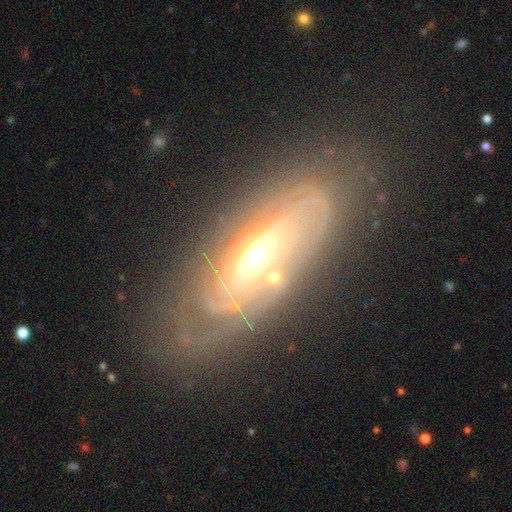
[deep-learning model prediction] Q: Smooth or featured?
A: featured or disk (80%); runner-up: smooth (13%)
Q: Edge-on disk?
A: no (84%); runner-up: yes (16%)
Q: Bar?
A: no (67%); runner-up: weak (22%)
Q: Spiral arms?
A: yes (79%); runner-up: no (21%)
Q: Spiral winding?
A: tight (73%); runner-up: medium (20%)
Q: Spiral arm count?
A: can't tell (54%); runner-up: 2 (19%)
Q: Bulge size?
A: moderate (68%); runner-up: small (18%)
Q: Merging?
A: none (70%); runner-up: minor disturbance (18%)